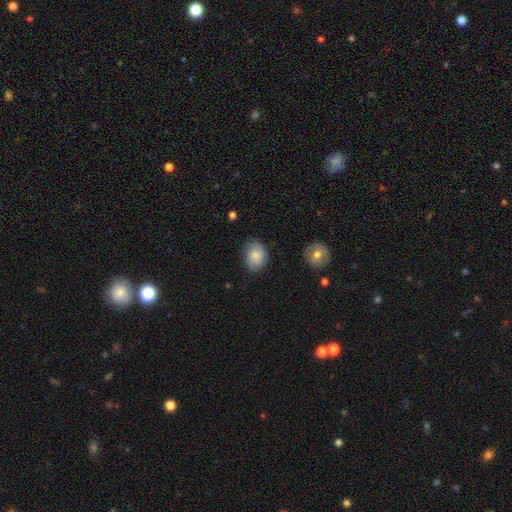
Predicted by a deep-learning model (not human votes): This is clearly a smooth galaxy (86%). How rounded: likely in between (67%). Merging: likely none (77%).